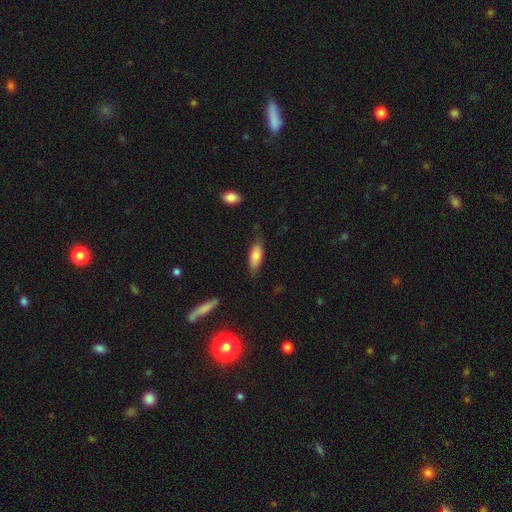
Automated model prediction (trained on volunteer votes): Smooth or featured?
  - smooth: 77% *
  - featured or disk: 16%
  - star or artifact: 6%
How rounded?
  - in between: 70% *
  - cigar-shaped: 27%
  - round: 2%
Merging?
  - none: 72% *
  - minor disturbance: 22%
  - major disturbance: 5%
  - merger: 2%